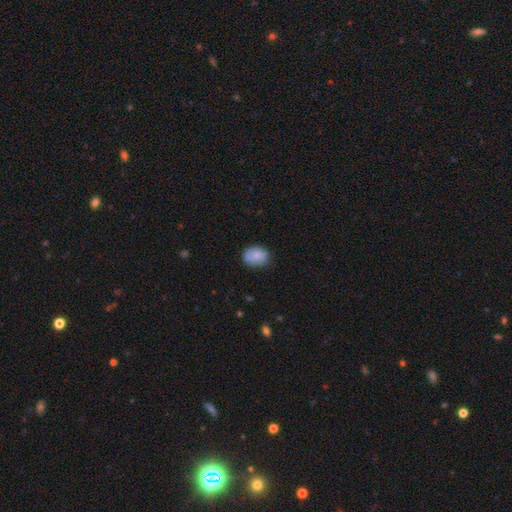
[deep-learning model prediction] Overall: smooth (74%). How rounded: in between (58%; round 41%). Merging: none (66%).